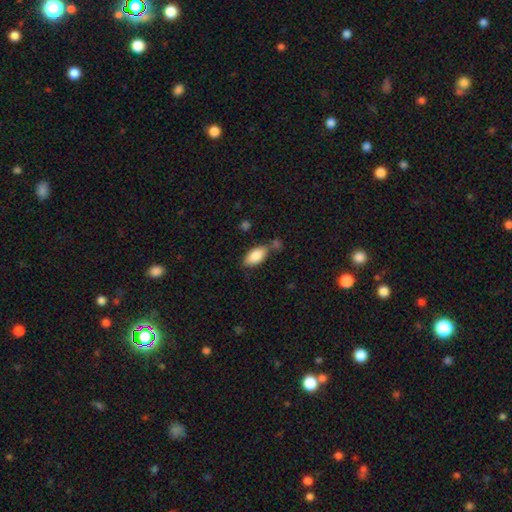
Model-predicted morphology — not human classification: Smooth or featured? smooth (86%)
How rounded? in between (92%)
Merging? none (65%)